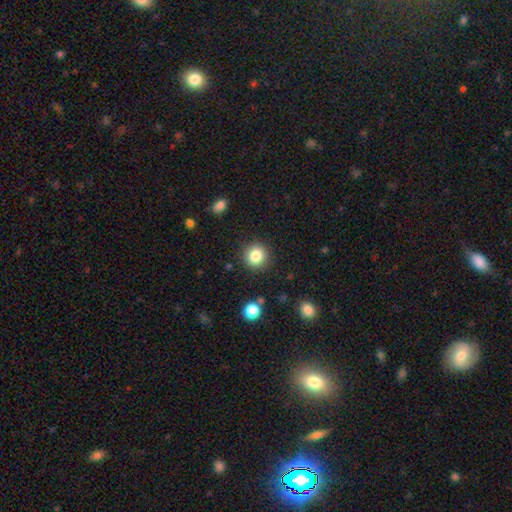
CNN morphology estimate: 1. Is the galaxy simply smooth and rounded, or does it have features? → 82% smooth, 11% star or artifact, 7% featured or disk.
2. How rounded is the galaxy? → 92% round, 7% in between, 1% cigar-shaped.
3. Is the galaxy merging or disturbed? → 89% none, 7% minor disturbance, 3% major disturbance, 2% merger.